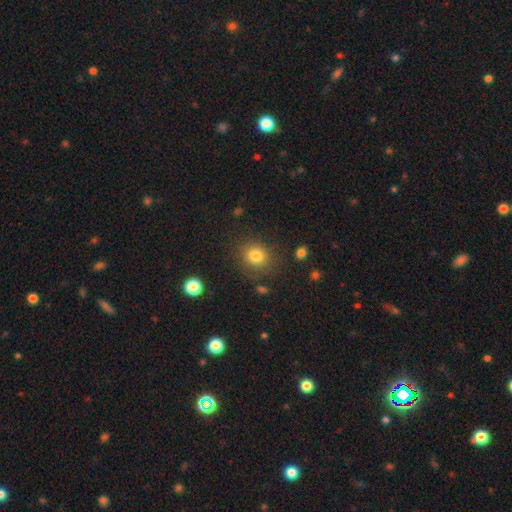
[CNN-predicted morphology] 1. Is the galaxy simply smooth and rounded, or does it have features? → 81% smooth, 12% star or artifact, 7% featured or disk.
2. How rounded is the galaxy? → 77% round, 22% in between, 1% cigar-shaped.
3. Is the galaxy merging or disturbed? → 83% none, 11% minor disturbance, 4% major disturbance, 2% merger.